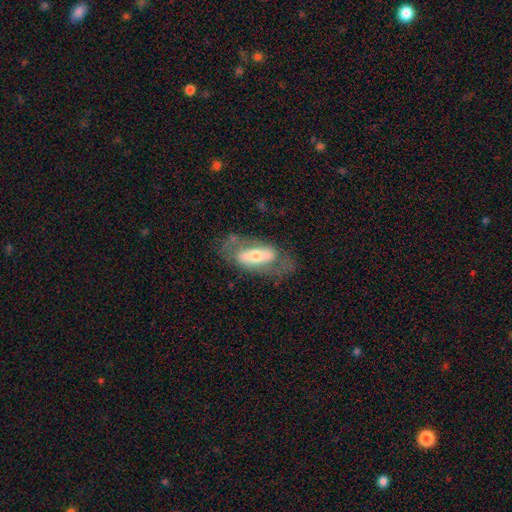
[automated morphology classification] Overall: featured or disk (66%; smooth 28%). Edge-on disk: no (84%). Bar: strong (51%; weak 25%). Spiral arms: yes (60%; no 40%). Bulge size: moderate (55%; small 32%). Merging: none (65%).